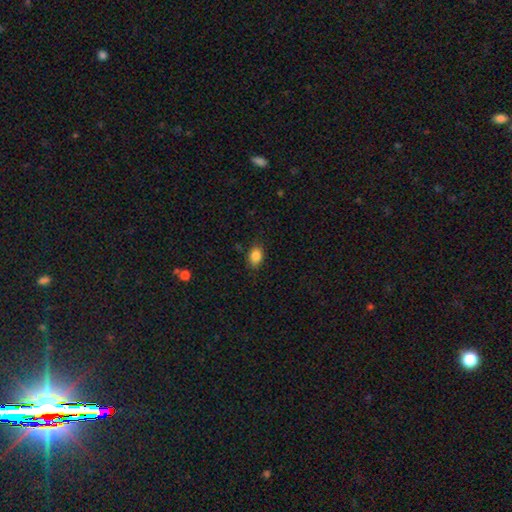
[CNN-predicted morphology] Smooth or featured?
  - smooth: 85% *
  - star or artifact: 9%
  - featured or disk: 6%
How rounded?
  - in between: 77% *
  - round: 22%
  - cigar-shaped: 1%
Merging?
  - none: 82% *
  - minor disturbance: 14%
  - major disturbance: 3%
  - merger: 1%